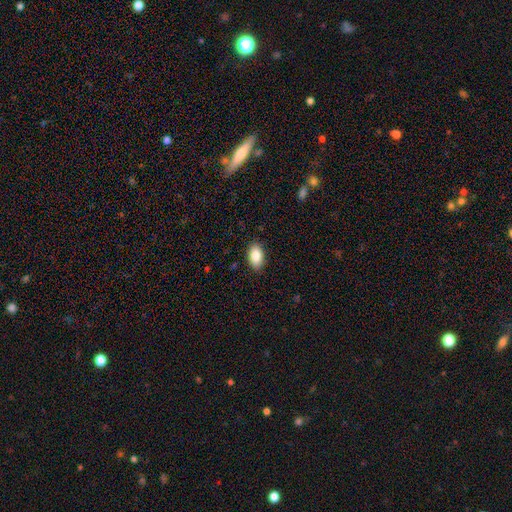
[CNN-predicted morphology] Smooth or featured: smooth — 87% (star or artifact — 7%)
How rounded: in between — 94% (round — 5%)
Merging: none — 88% (minor disturbance — 9%)